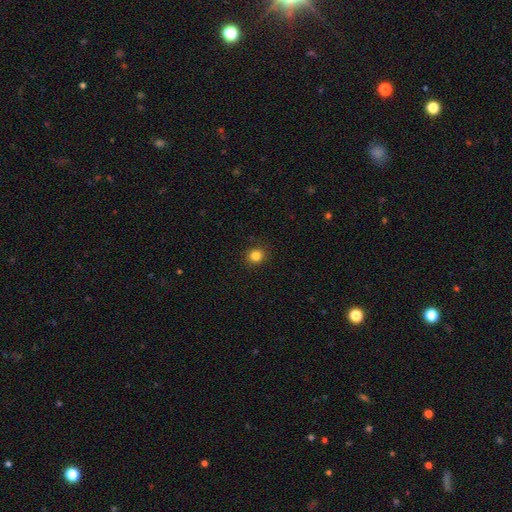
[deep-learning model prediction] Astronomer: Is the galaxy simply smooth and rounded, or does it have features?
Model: smooth — 84%.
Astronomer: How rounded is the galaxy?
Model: round — 86%.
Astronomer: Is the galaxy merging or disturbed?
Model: none — 91%.